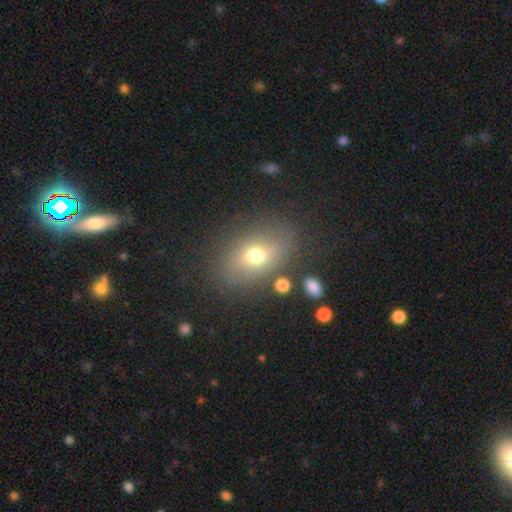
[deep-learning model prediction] Overall: smooth (64%). How rounded: in between (72%). Merging: none (77%).